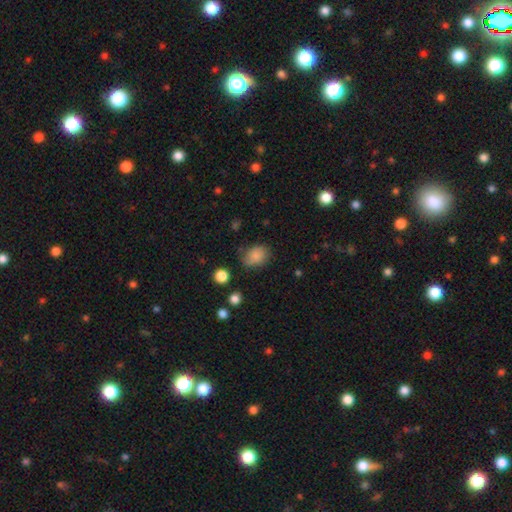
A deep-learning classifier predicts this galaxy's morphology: type=smooth (83%); roundness=in between (63%); merging=none (71%).